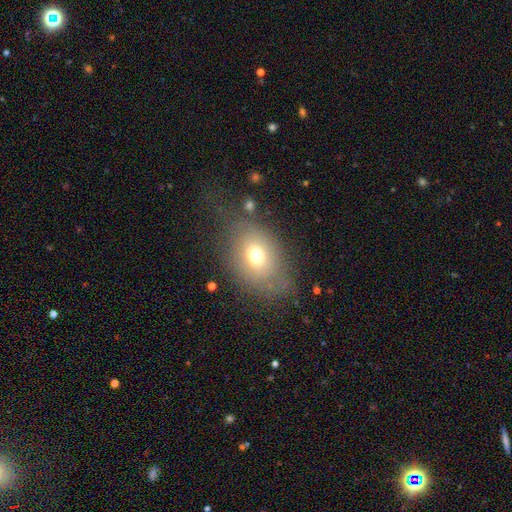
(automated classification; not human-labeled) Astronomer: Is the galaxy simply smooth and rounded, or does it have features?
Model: smooth — 66%.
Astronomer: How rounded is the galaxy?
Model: in between — 65%.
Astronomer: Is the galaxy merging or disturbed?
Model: none — 60%.